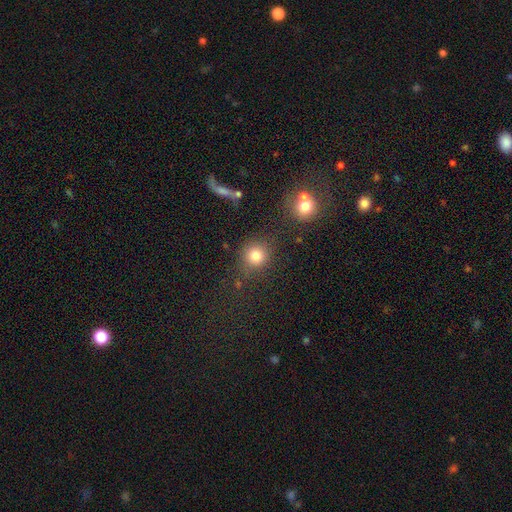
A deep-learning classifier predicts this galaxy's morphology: smooth_or_featured: smooth (p=0.80) [alt: star or artifact p=0.13]
how_rounded: round (p=0.87) [alt: in between p=0.12]
merging: none (p=0.77) [alt: minor disturbance p=0.11]